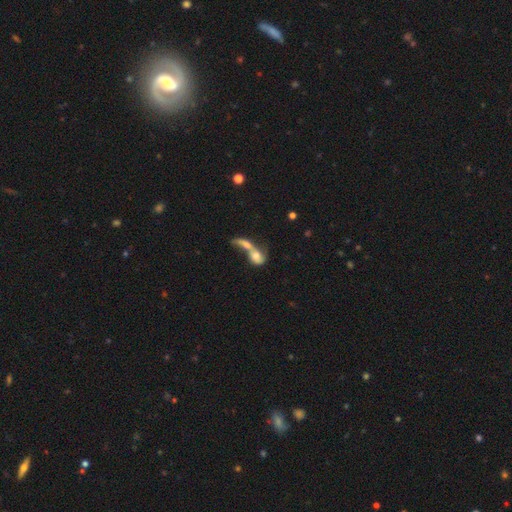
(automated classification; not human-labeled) This is possibly a smooth galaxy (57%). How rounded: possibly in between (59%). Merging: likely merger (78%).